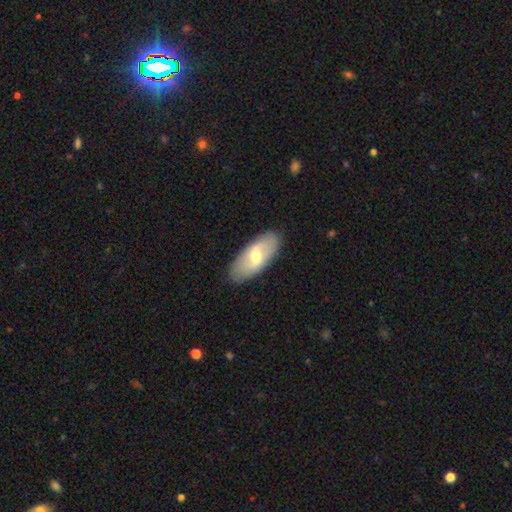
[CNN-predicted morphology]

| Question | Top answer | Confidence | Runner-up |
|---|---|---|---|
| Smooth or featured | smooth | 51% | featured or disk (43%) |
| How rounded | in between | 86% | cigar-shaped (11%) |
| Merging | none | 87% | minor disturbance (10%) |